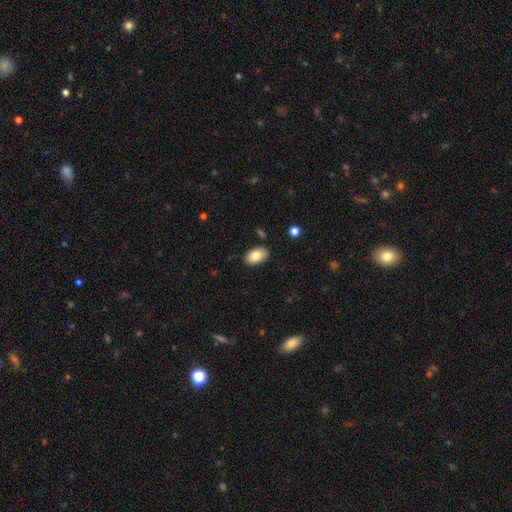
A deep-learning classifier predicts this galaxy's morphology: Smooth or featured?
  - smooth: 83% *
  - featured or disk: 10%
  - star or artifact: 7%
How rounded?
  - in between: 91% *
  - round: 8%
  - cigar-shaped: 1%
Merging?
  - none: 86% *
  - minor disturbance: 10%
  - major disturbance: 2%
  - merger: 2%